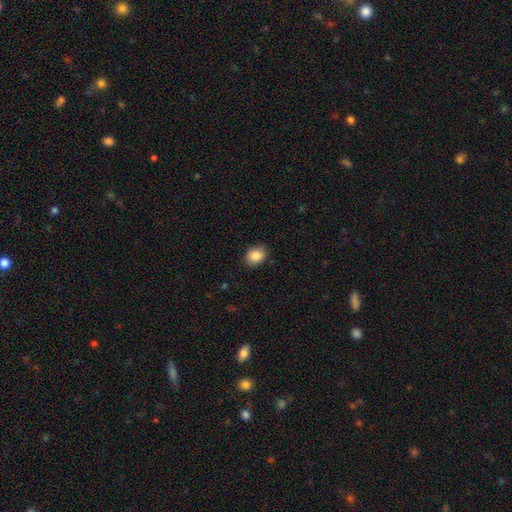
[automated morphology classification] smooth_or_featured: smooth (p=0.87) [alt: star or artifact p=0.08]
how_rounded: in between (p=0.51) [alt: round p=0.48]
merging: none (p=0.88) [alt: minor disturbance p=0.09]